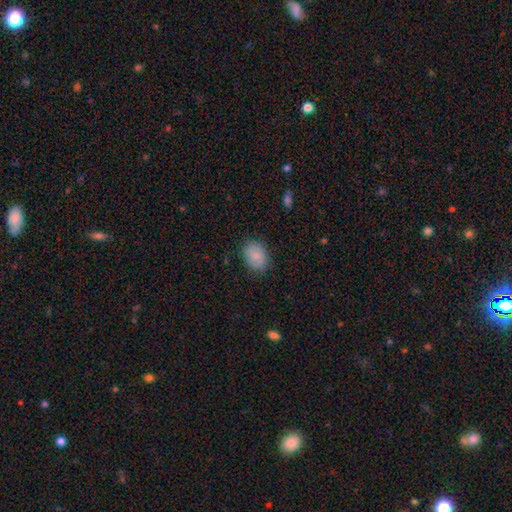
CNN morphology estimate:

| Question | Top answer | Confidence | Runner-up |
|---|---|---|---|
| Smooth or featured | smooth | 82% | featured or disk (11%) |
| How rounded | in between | 64% | round (35%) |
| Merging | none | 80% | minor disturbance (16%) |